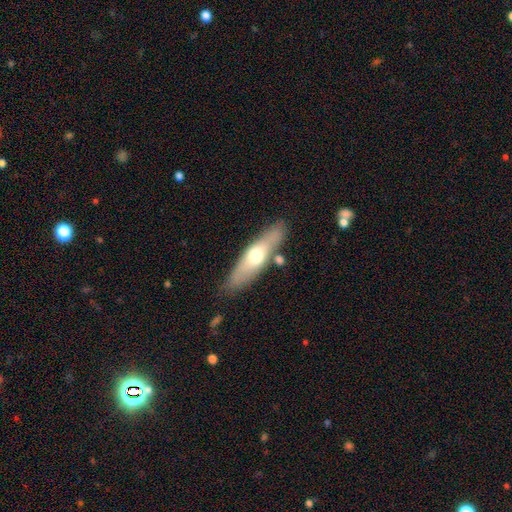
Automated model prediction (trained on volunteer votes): smooth-or-featured: smooth: 53% | featured or disk: 41% | star or artifact: 6%
  how-rounded: cigar-shaped: 65% | in between: 33% | round: 2%
  merging: none: 79% | minor disturbance: 12% | merger: 6% | major disturbance: 3%